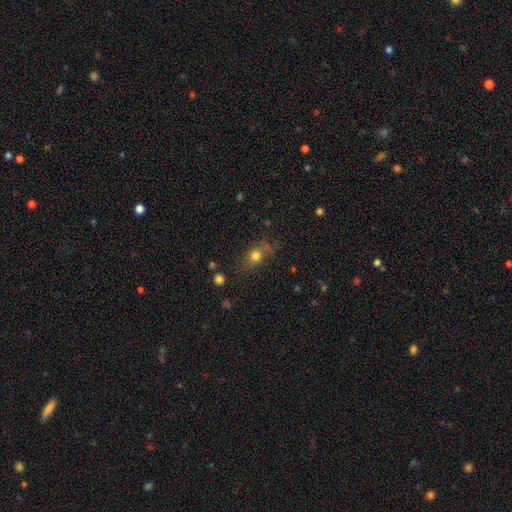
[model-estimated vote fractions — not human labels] A smooth galaxy with no disk features (75%) that is in between round and cigar-shaped (52%). Merging: none (65%).